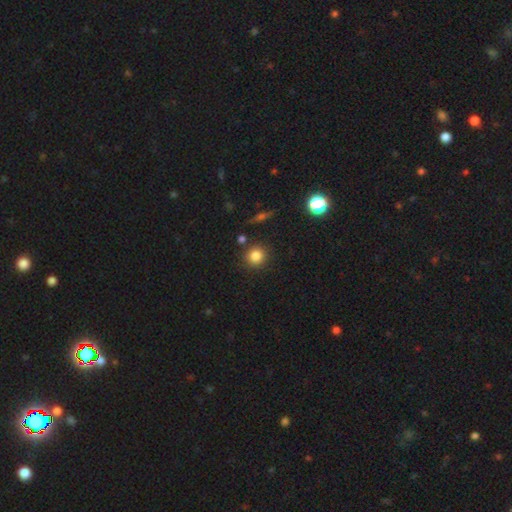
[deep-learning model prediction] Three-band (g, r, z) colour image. It shows a smooth galaxy with no disk features (82%) that is round (90%). Merging: none (84%).